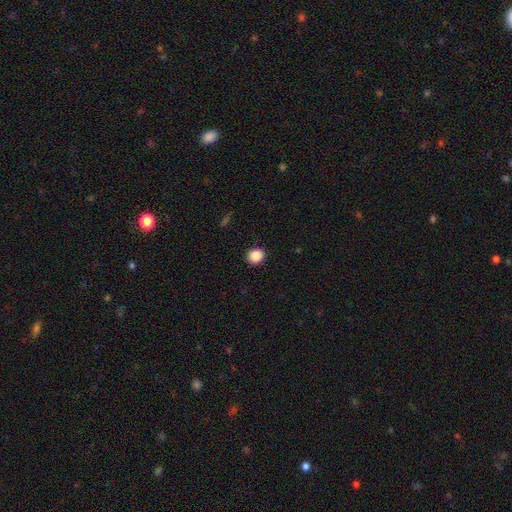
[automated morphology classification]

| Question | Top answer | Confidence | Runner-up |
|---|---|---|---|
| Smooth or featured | smooth | 87% | star or artifact (10%) |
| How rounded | round | 84% | in between (15%) |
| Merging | none | 91% | minor disturbance (6%) |